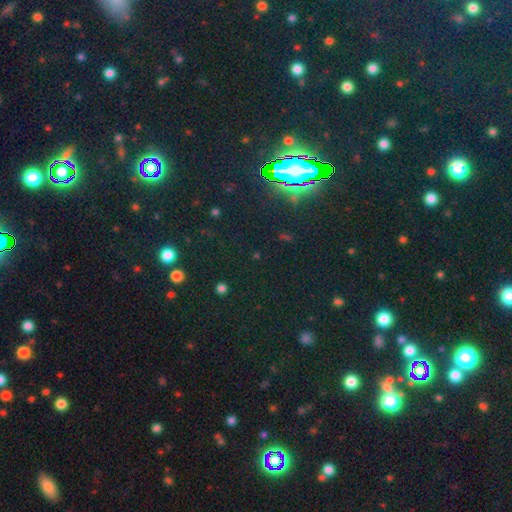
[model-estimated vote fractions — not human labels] smooth-or-featured: star or artifact: 79% | smooth: 14% | featured or disk: 7%